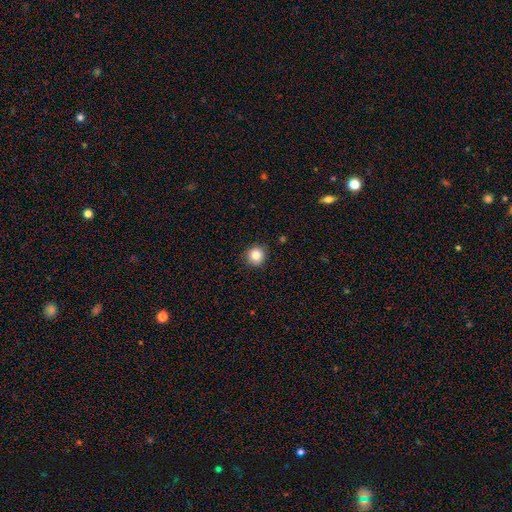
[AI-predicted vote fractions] Overall: smooth (83%). How rounded: round (93%). Merging: none (90%).